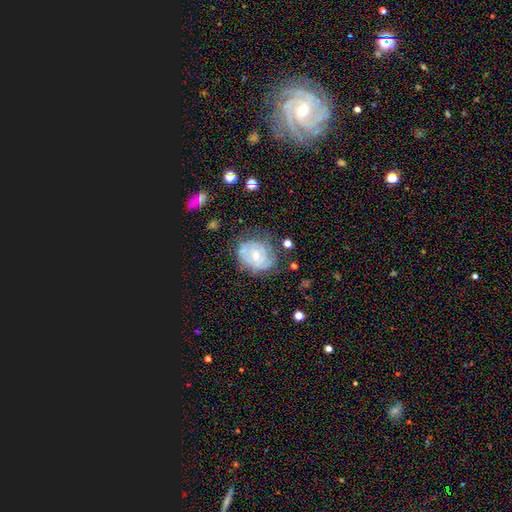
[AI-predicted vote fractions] Q: Smooth or featured?
A: featured or disk (78%); runner-up: smooth (16%)
Q: Edge-on disk?
A: no (97%); runner-up: yes (3%)
Q: Bar?
A: no (63%); runner-up: weak (31%)
Q: Spiral arms?
A: yes (88%); runner-up: no (12%)
Q: Spiral winding?
A: tight (67%); runner-up: medium (26%)
Q: Spiral arm count?
A: 2 (39%); runner-up: can't tell (33%)
Q: Bulge size?
A: small (49%); runner-up: moderate (47%)
Q: Merging?
A: none (62%); runner-up: minor disturbance (25%)